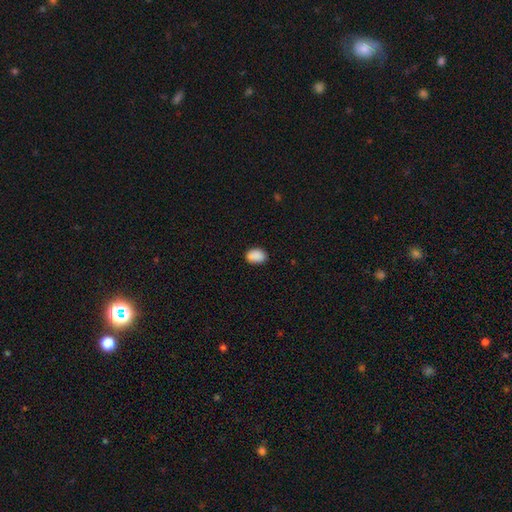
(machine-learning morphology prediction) smooth 89%, star or artifact 8%, featured or disk 3%. Down the decision tree: how rounded — in between (81%); merging — none (84%).